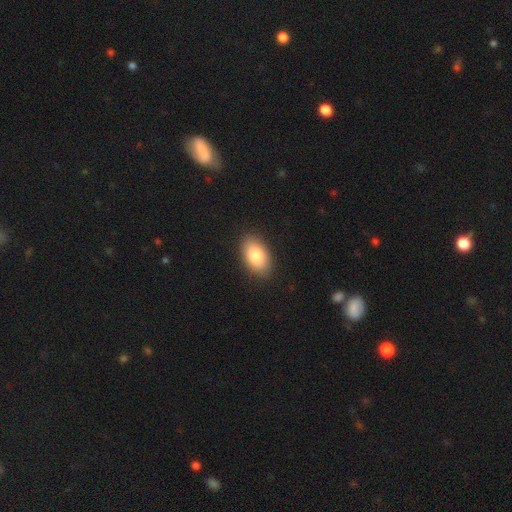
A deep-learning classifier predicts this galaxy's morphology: Smooth or featured: smooth — 84% (featured or disk — 10%)
How rounded: in between — 93% (round — 5%)
Merging: none — 88% (minor disturbance — 9%)